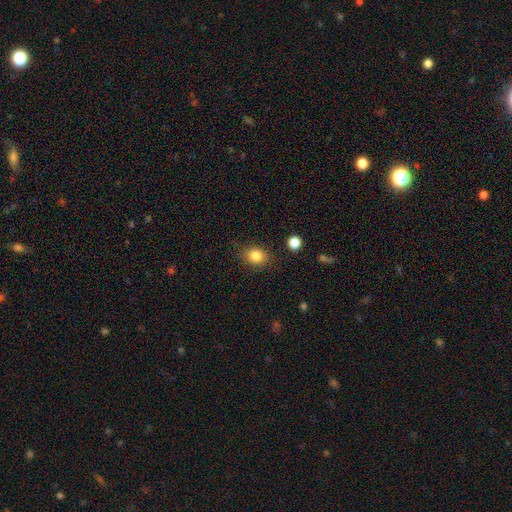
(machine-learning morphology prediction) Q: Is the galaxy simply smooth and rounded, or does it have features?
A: smooth — 84%.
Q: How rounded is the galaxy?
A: round — 61%.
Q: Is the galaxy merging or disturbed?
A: none — 82%.